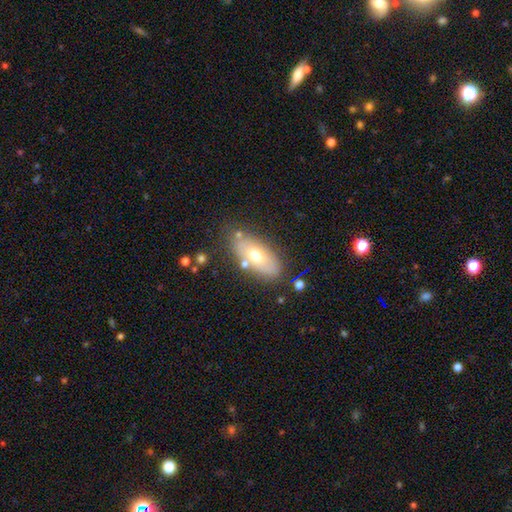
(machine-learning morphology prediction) Overall: smooth (57%; featured or disk 35%). How rounded: in between (86%). Merging: none (75%).